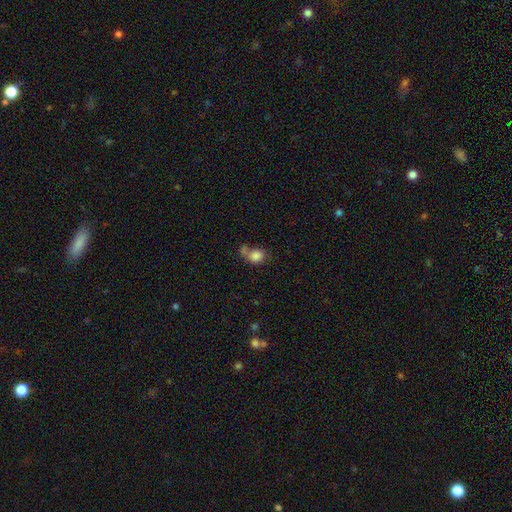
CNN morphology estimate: smooth 81%, star or artifact 10%, featured or disk 9%. Down the decision tree: how rounded — round (62%); merging — merger (40%).